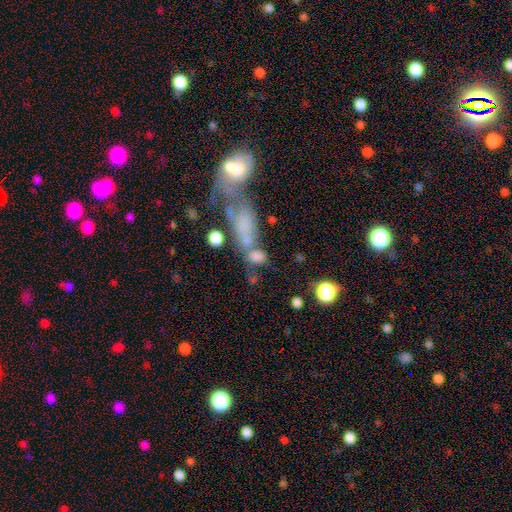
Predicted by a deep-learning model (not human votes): Q: Smooth or featured?
A: smooth (62%); runner-up: featured or disk (24%)
Q: How rounded?
A: in between (66%); runner-up: round (20%)
Q: Merging?
A: merger (54%); runner-up: none (23%)